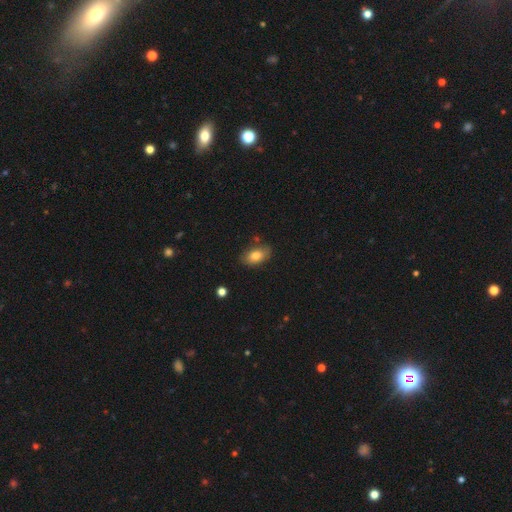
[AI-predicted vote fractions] Smooth or featured?
  - smooth: 80% *
  - featured or disk: 12%
  - star or artifact: 8%
How rounded?
  - in between: 90% *
  - round: 8%
  - cigar-shaped: 2%
Merging?
  - none: 77% *
  - minor disturbance: 16%
  - major disturbance: 3%
  - merger: 3%